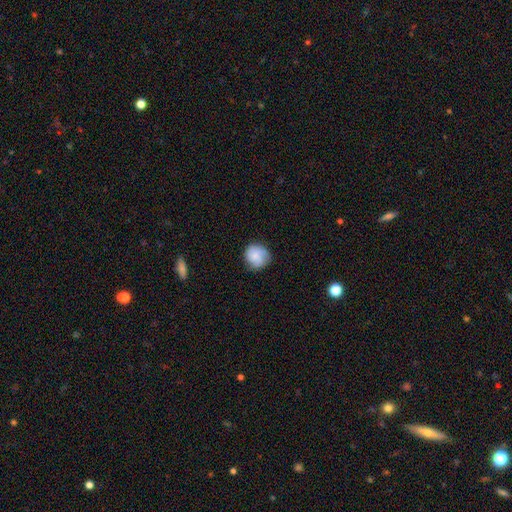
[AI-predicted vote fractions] Smooth or featured? Predicted: smooth (p=0.70). How rounded? Predicted: round (p=0.86). Merging? Predicted: none (p=0.74).